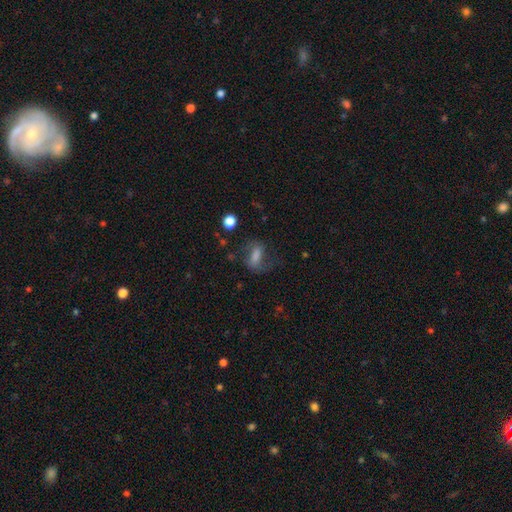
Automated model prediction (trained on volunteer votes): A smooth galaxy with no disk features (51%) that is in between round and cigar-shaped (76%).

Vote fractions:
- Smooth or featured? smooth: 51% / featured or disk: 36% / star or artifact: 13%
- How rounded? in between: 76% / round: 14% / cigar-shaped: 10%
- Merging? none: 54% / major disturbance: 23% / minor disturbance: 20% / merger: 3%